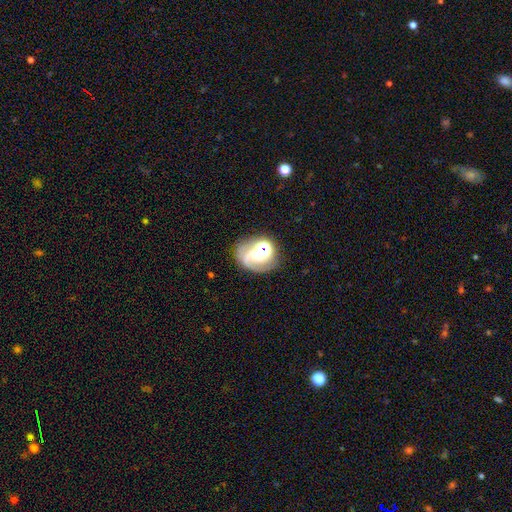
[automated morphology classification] This is possibly a featured or disk galaxy (57%). It is clearly not viewed edge-on (97%). Bar: possibly no (60%). Spiral arm pattern: likely yes (78%). Central bulge: marginally moderate (45%). Merging: possibly none (54%).